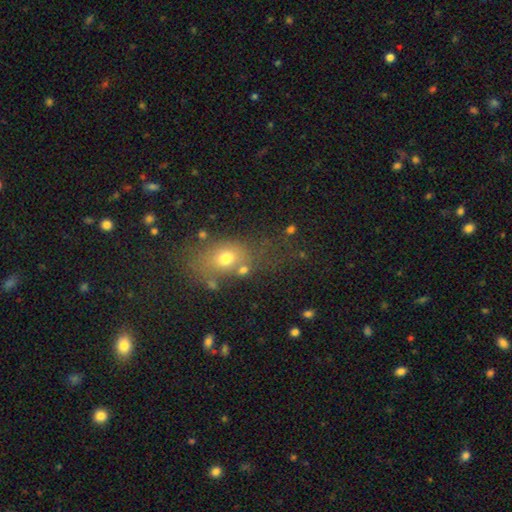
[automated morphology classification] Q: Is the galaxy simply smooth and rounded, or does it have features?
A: smooth — 54%.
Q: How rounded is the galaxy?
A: in between — 53%.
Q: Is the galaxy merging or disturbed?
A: none — 60%.